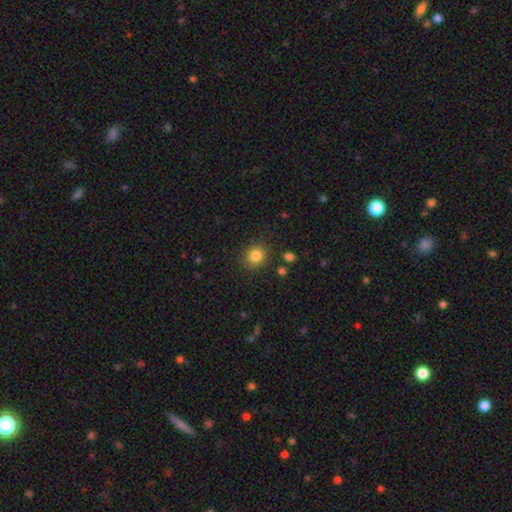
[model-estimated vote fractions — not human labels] Overall: smooth (84%). How rounded: round (87%). Merging: none (86%).